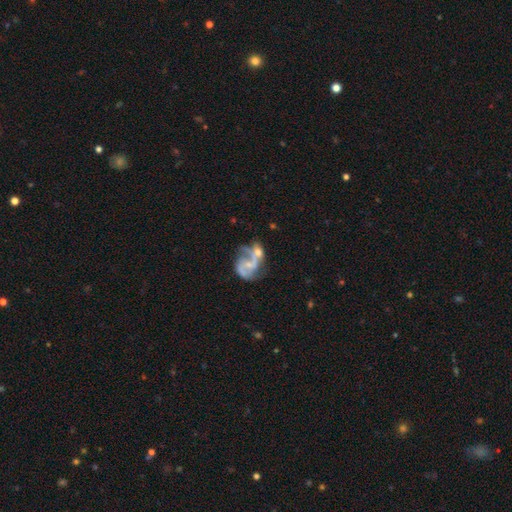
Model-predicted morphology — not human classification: This appears to be a featured or disk galaxy (69%) with no bar (58%), spiral arms (74%) and a small central bulge (53%). Merging: merger (49%).